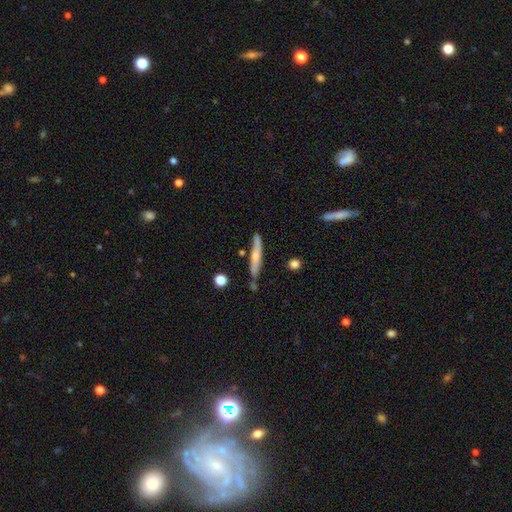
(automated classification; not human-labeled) Q: Smooth or featured?
A: smooth (53%); runner-up: featured or disk (41%)
Q: How rounded?
A: cigar-shaped (92%); runner-up: in between (6%)
Q: Merging?
A: none (71%); runner-up: minor disturbance (19%)